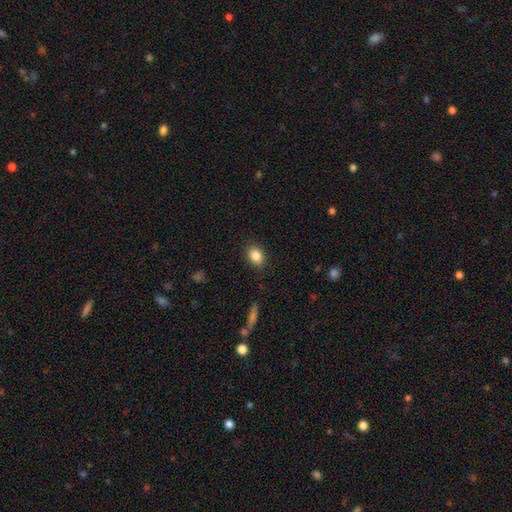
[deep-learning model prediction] smooth_or_featured: smooth (p=0.86) [alt: star or artifact p=0.09]
how_rounded: in between (p=0.68) [alt: round p=0.31]
merging: none (p=0.87) [alt: minor disturbance p=0.10]